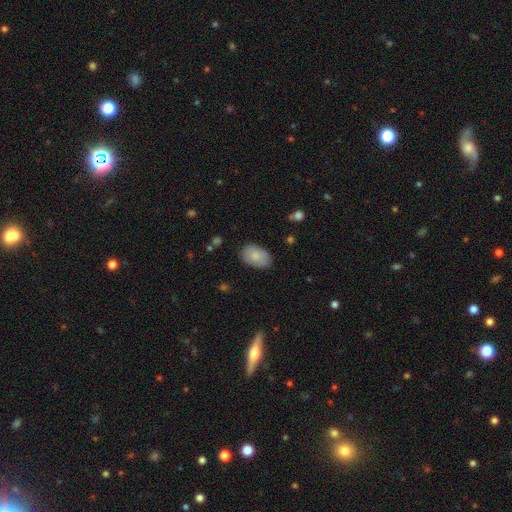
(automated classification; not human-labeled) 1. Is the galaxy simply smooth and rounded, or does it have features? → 84% smooth, 10% featured or disk, 6% star or artifact.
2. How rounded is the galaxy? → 90% in between, 8% round, 1% cigar-shaped.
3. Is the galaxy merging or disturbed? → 82% none, 14% minor disturbance, 3% major disturbance, 1% merger.